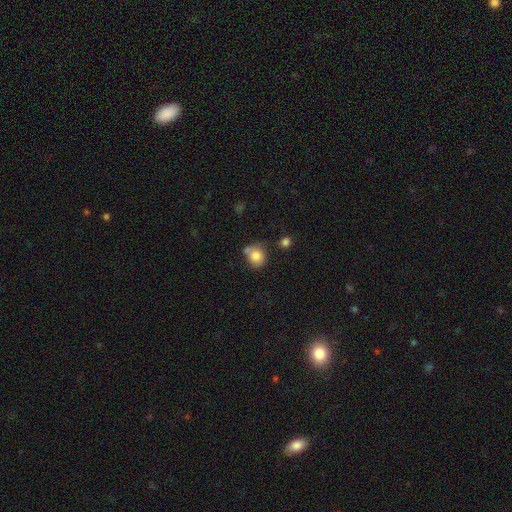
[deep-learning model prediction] A smooth galaxy with no disk features (80%) that is round (71%). Merging: none (49%).